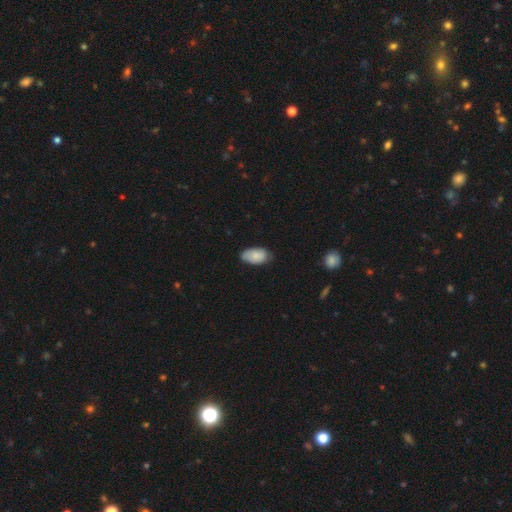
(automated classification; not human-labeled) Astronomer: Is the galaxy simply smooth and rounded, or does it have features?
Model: smooth — 80%.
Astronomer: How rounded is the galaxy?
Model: in between — 94%.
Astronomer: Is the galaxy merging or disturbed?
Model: none — 69%.